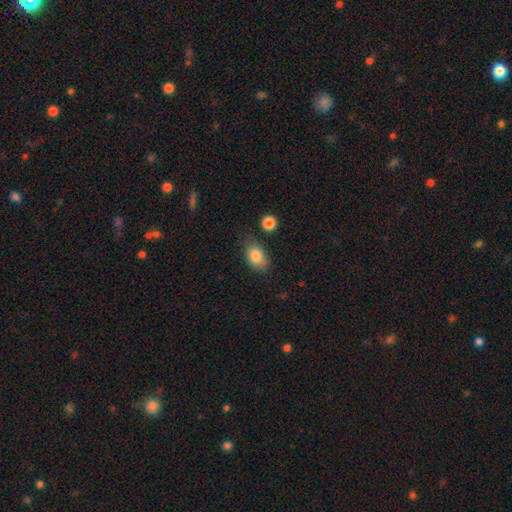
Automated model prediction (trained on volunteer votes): This appears to be a smooth galaxy with no disk features (85%) that is in between round and cigar-shaped (81%). Merging: none (63%).